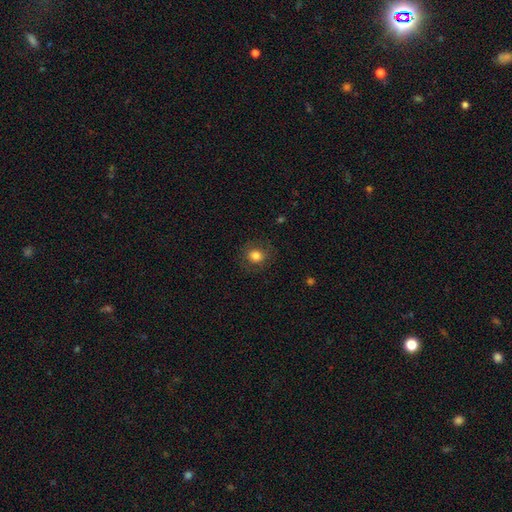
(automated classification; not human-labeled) A smooth galaxy with no disk features (79%) that is round (84%). Merging: none (84%).